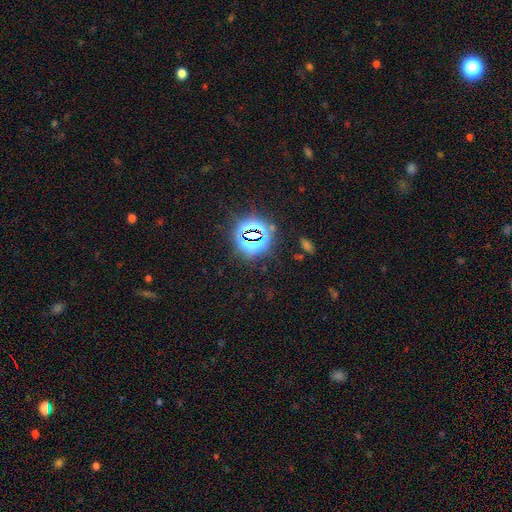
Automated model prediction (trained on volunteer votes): Q: Smooth or featured?
A: star or artifact (80%); runner-up: smooth (12%)